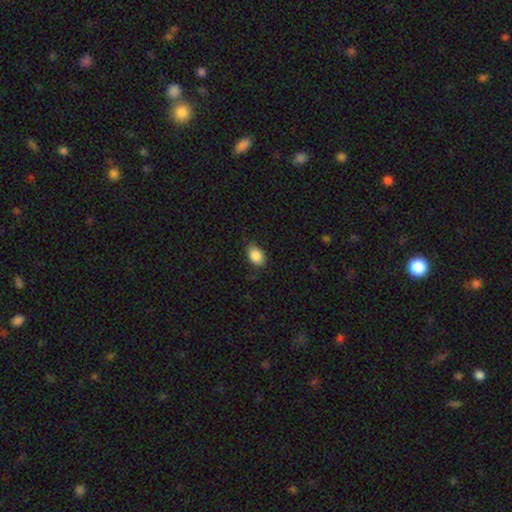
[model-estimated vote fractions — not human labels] Overall: smooth (89%). How rounded: in between (86%). Merging: none (81%).